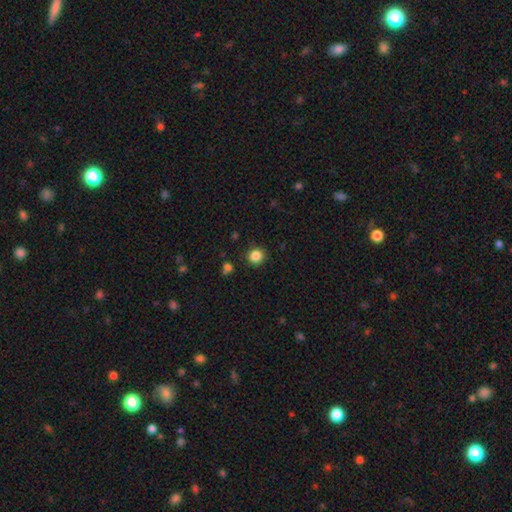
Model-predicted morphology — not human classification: Q: Smooth or featured?
A: smooth (85%); runner-up: star or artifact (11%)
Q: How rounded?
A: round (92%); runner-up: in between (7%)
Q: Merging?
A: none (90%); runner-up: minor disturbance (6%)